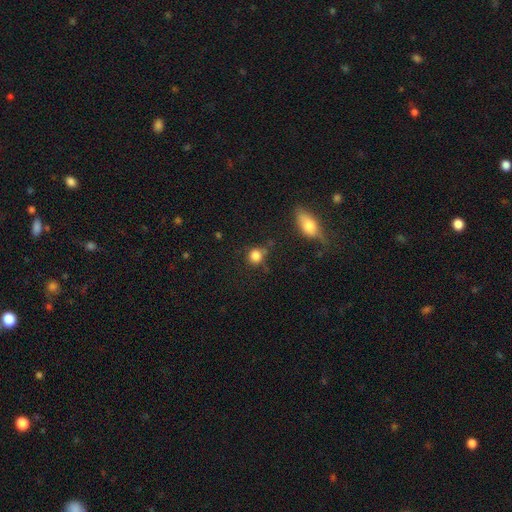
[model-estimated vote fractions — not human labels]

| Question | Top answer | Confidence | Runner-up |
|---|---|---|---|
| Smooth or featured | smooth | 82% | star or artifact (11%) |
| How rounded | round | 80% | in between (18%) |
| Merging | none | 65% | minor disturbance (20%) |